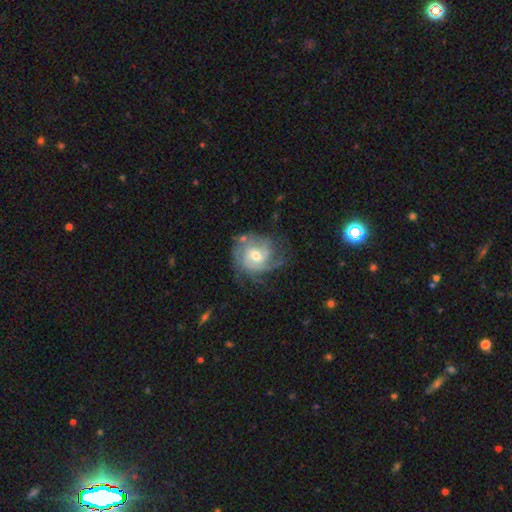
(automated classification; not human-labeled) Smooth or featured? Predicted: featured or disk (p=0.85). Edge-on disk? Predicted: no (p=0.98). Bar? Predicted: no (p=0.55). Spiral arms? Predicted: yes (p=0.96). Spiral winding? Predicted: tight (p=0.58). Spiral arm count? Predicted: 3 (p=0.33). Bulge size? Predicted: moderate (p=0.65). Merging? Predicted: none (p=0.65).